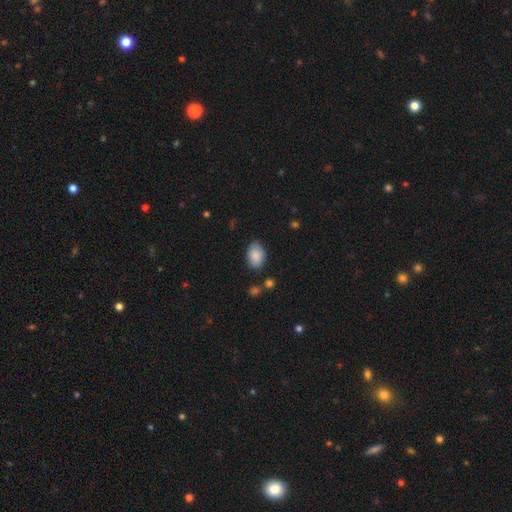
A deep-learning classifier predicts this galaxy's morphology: This is clearly a smooth galaxy (87%). How rounded: clearly in between (87%). Merging: likely none (80%).